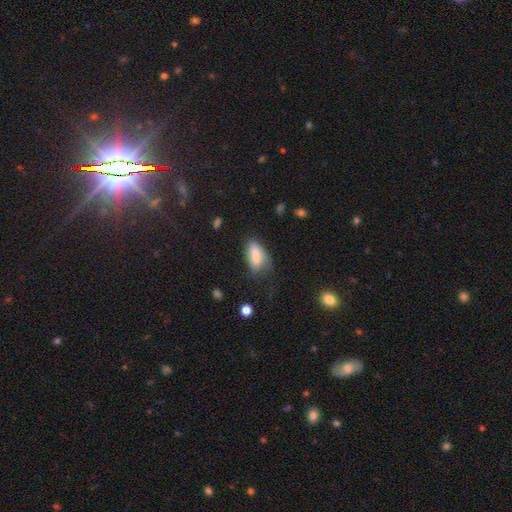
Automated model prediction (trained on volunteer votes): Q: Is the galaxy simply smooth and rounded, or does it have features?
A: smooth — 79%.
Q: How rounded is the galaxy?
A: in between — 86%.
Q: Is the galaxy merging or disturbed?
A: none — 46%.